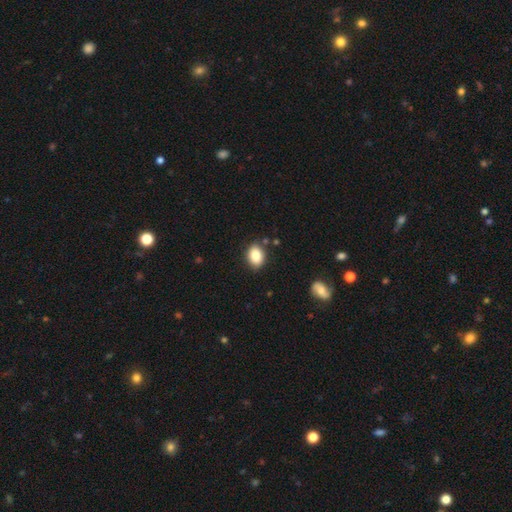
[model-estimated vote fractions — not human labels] smooth-or-featured: smooth: 87% | star or artifact: 8% | featured or disk: 5%
  how-rounded: in between: 72% | round: 27% | cigar-shaped: 1%
  merging: none: 83% | minor disturbance: 11% | major disturbance: 3% | merger: 3%